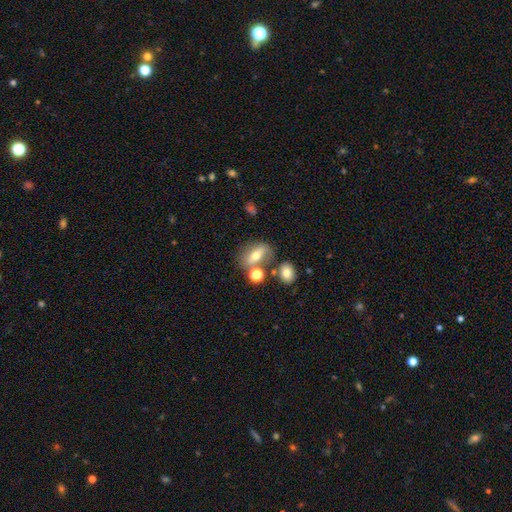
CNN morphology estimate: Smooth or featured: smooth — 58% (featured or disk — 30%)
How rounded: in between — 72% (round — 22%)
Merging: none — 58% (merger — 21%)